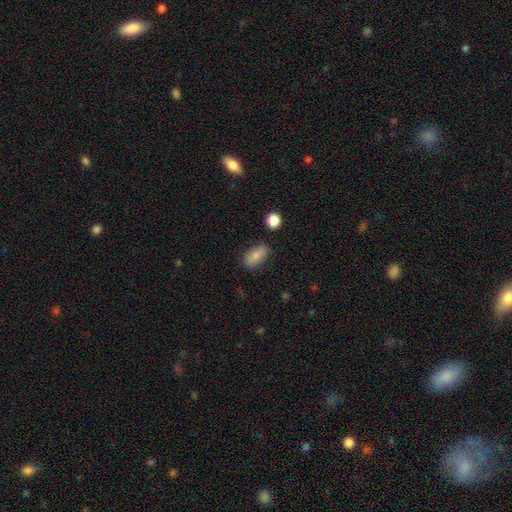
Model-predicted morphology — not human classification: The model was most divided on "merging": none: 79%, minor disturbance: 15%, major disturbance: 3%, merger: 3%. More confident: how rounded — in between (90%); smooth or featured — smooth (81%).